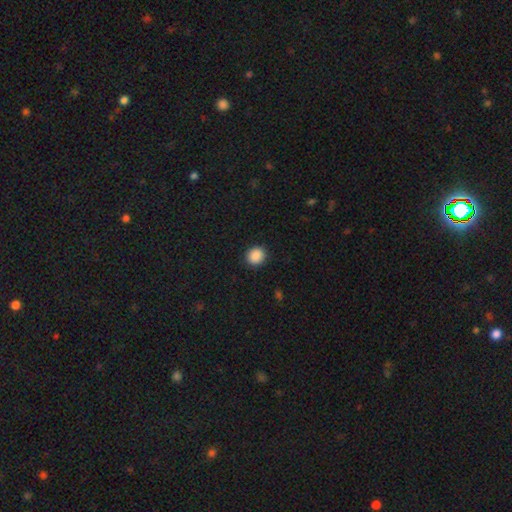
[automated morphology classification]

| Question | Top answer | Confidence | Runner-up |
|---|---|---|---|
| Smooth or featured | smooth | 89% | star or artifact (9%) |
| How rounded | round | 81% | in between (18%) |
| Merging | none | 91% | minor disturbance (6%) |